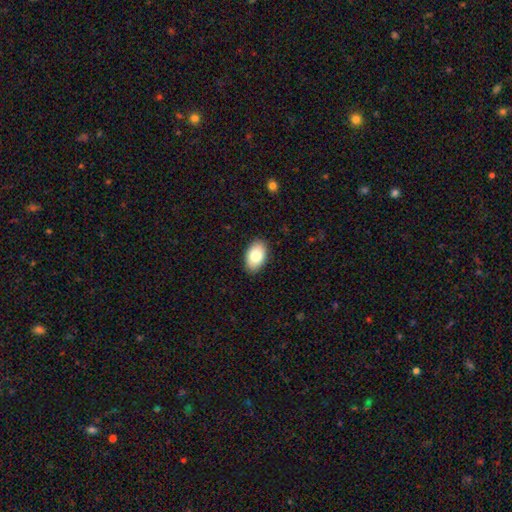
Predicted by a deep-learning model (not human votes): This is clearly a smooth galaxy (82%). How rounded: clearly in between (93%). Merging: clearly none (89%).